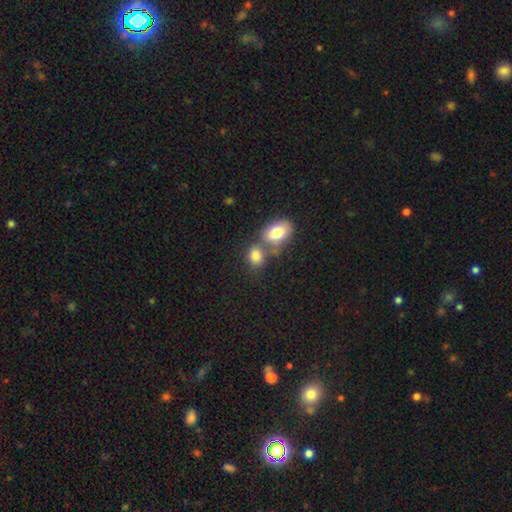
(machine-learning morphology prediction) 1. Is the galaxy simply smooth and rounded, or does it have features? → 82% smooth, 9% star or artifact, 9% featured or disk.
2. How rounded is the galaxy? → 68% in between, 30% round, 2% cigar-shaped.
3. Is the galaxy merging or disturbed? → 43% merger, 42% none, 11% minor disturbance, 4% major disturbance.